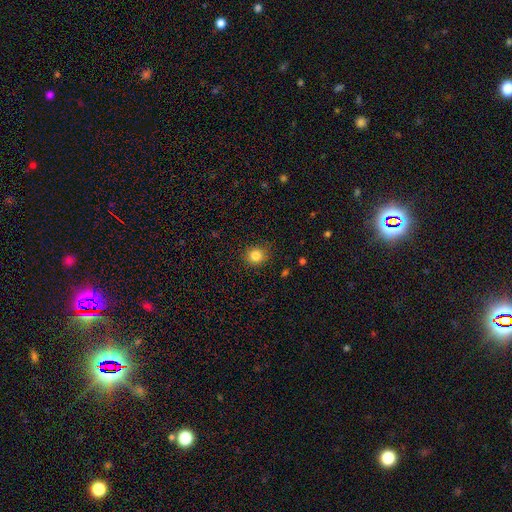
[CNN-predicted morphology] Smooth or featured? smooth (83%)
How rounded? round (88%)
Merging? none (89%)